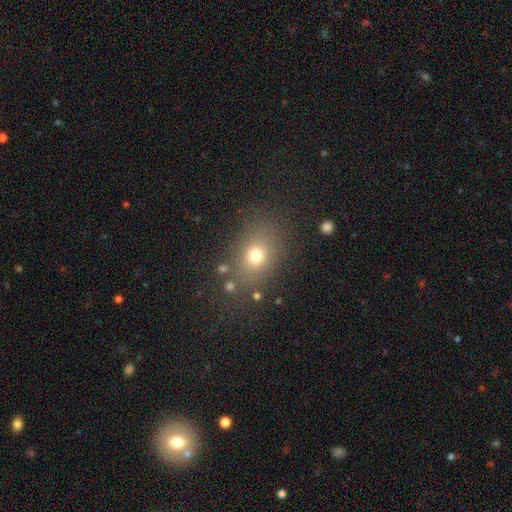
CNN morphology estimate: type=smooth (73%); roundness=in between (63%); merging=none (78%).